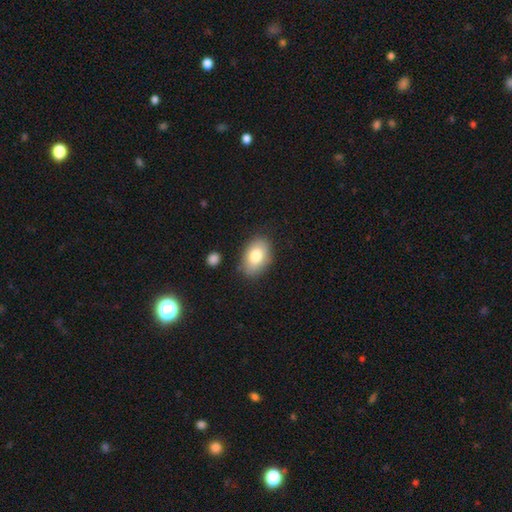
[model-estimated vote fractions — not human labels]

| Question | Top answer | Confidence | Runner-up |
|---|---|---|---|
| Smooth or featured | smooth | 80% | featured or disk (13%) |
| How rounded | in between | 87% | round (12%) |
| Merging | none | 82% | minor disturbance (13%) |